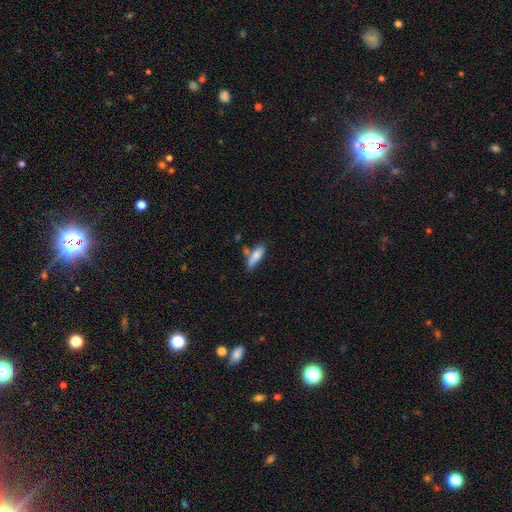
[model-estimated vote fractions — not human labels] The model was most divided on "how rounded": cigar-shaped: 53%, in between: 45%, round: 2%. More confident: smooth or featured — smooth (75%); merging — none (55%).